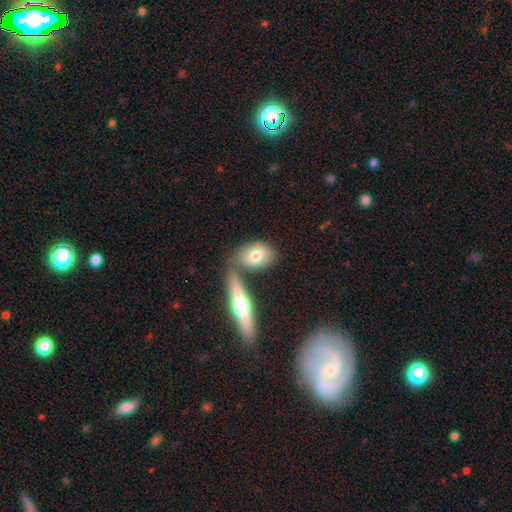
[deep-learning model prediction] smooth-or-featured: smooth: 66% | featured or disk: 28% | star or artifact: 7%
  how-rounded: in between: 80% | round: 14% | cigar-shaped: 6%
  merging: none: 56% | merger: 28% | minor disturbance: 13% | major disturbance: 4%